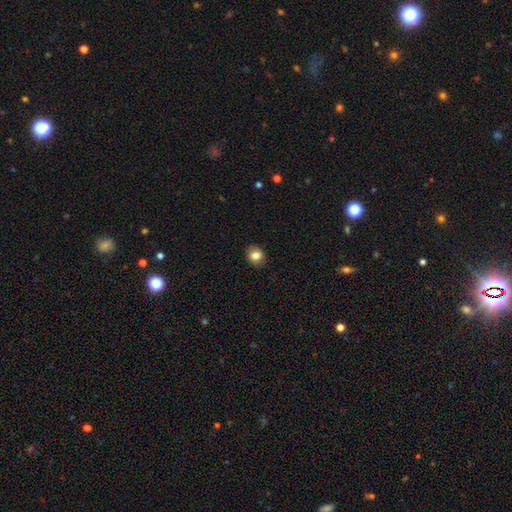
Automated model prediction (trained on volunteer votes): Smooth or featured?
  - smooth: 83% *
  - star or artifact: 10%
  - featured or disk: 7%
How rounded?
  - round: 72% *
  - in between: 28%
  - cigar-shaped: 1%
Merging?
  - none: 87% *
  - minor disturbance: 10%
  - major disturbance: 2%
  - merger: 1%